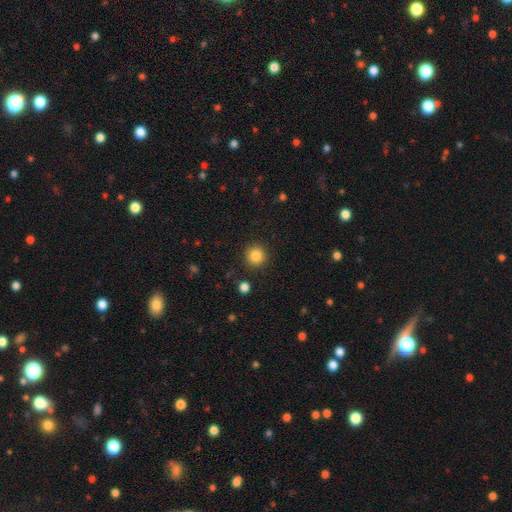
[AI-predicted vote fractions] This is clearly a smooth galaxy (85%). How rounded: clearly round (94%). Merging: clearly none (90%).